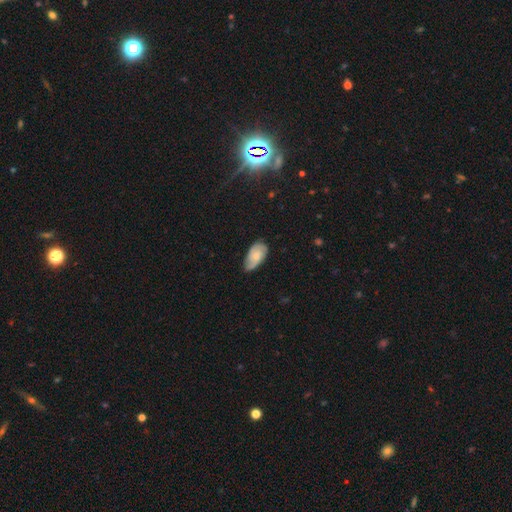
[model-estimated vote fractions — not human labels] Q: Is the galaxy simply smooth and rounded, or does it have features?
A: featured or disk — 52%.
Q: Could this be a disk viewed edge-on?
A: no — 94%.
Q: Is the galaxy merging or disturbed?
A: none — 66%.